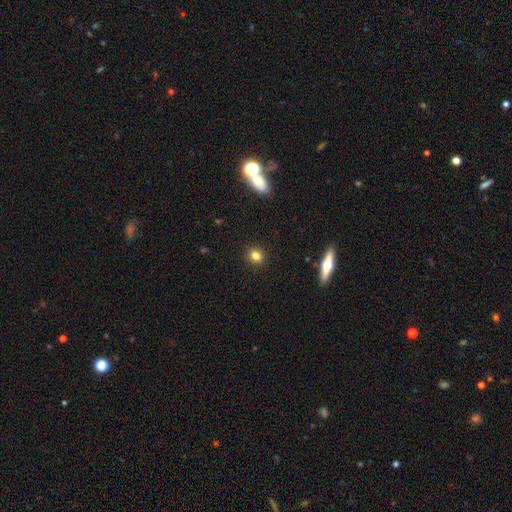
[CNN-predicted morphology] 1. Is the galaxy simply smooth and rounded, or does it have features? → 81% smooth, 11% star or artifact, 8% featured or disk.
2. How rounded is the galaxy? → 79% round, 19% in between, 2% cigar-shaped.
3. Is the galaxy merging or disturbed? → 92% none, 5% minor disturbance, 2% major disturbance, 1% merger.